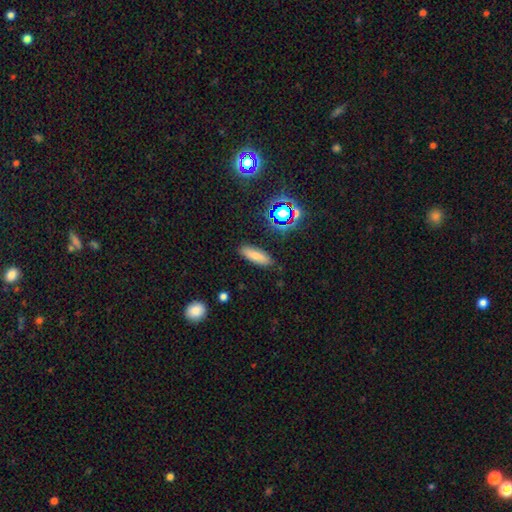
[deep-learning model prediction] Smooth or featured?
  - smooth: 77% *
  - star or artifact: 12%
  - featured or disk: 11%
How rounded?
  - in between: 52% *
  - cigar-shaped: 46%
  - round: 3%
Merging?
  - none: 86% *
  - minor disturbance: 10%
  - major disturbance: 2%
  - merger: 2%